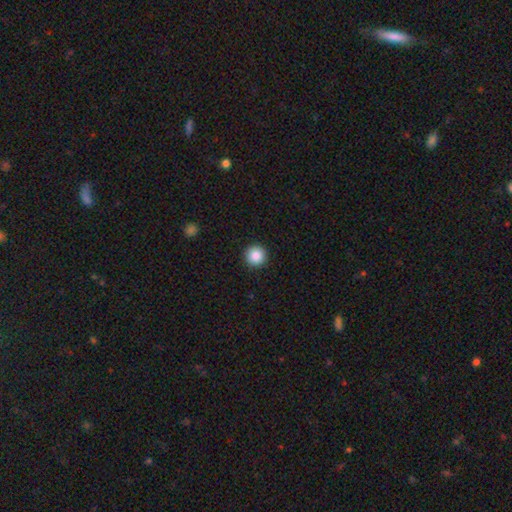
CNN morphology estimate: Q: Smooth or featured?
A: smooth (88%); runner-up: star or artifact (9%)
Q: How rounded?
A: round (96%); runner-up: in between (3%)
Q: Merging?
A: none (93%); runner-up: minor disturbance (5%)